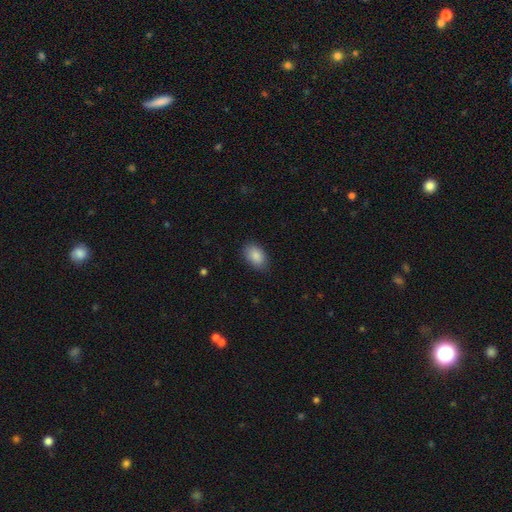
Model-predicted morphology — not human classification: Overall: smooth (88%). How rounded: in between (91%). Merging: none (83%).